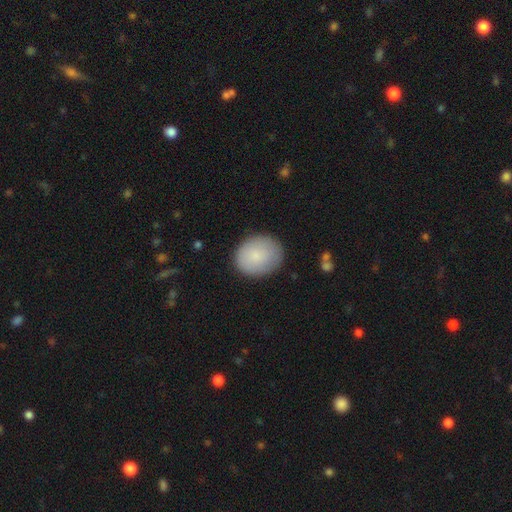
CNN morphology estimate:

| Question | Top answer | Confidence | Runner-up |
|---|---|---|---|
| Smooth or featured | smooth | 84% | featured or disk (10%) |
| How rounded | round | 66% | in between (33%) |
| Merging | none | 84% | minor disturbance (12%) |